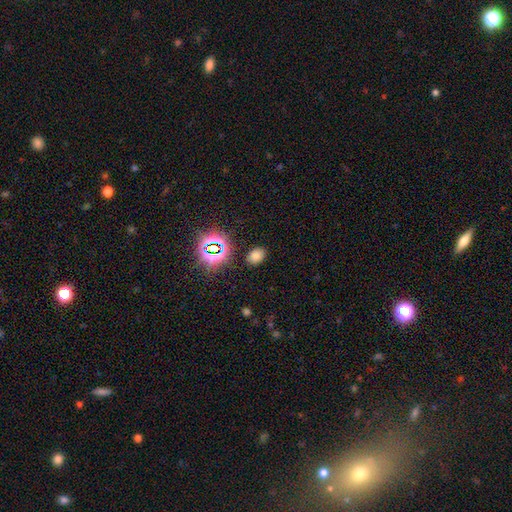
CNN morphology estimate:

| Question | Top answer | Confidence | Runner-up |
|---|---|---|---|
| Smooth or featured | smooth | 69% | star or artifact (23%) |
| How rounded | in between | 74% | round (25%) |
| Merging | none | 86% | minor disturbance (9%) |